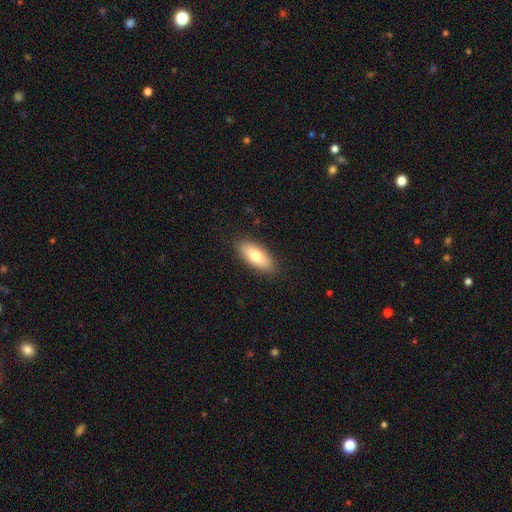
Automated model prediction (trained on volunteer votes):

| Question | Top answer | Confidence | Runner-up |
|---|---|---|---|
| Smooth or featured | smooth | 79% | featured or disk (15%) |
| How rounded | in between | 83% | cigar-shaped (15%) |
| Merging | none | 87% | minor disturbance (10%) |